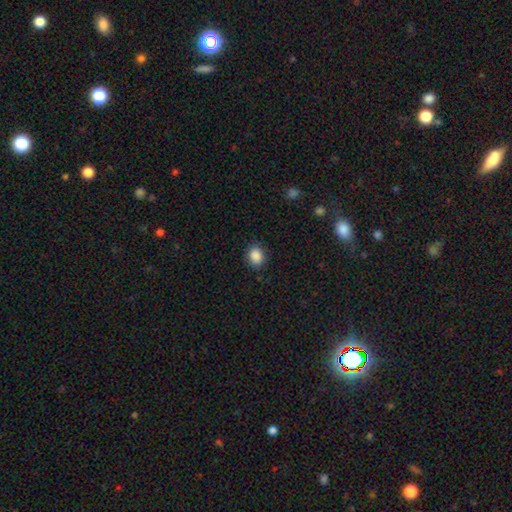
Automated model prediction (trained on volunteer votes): Smooth or featured? Predicted: smooth (p=0.88). How rounded? Predicted: in between (p=0.55). Merging? Predicted: none (p=0.86).